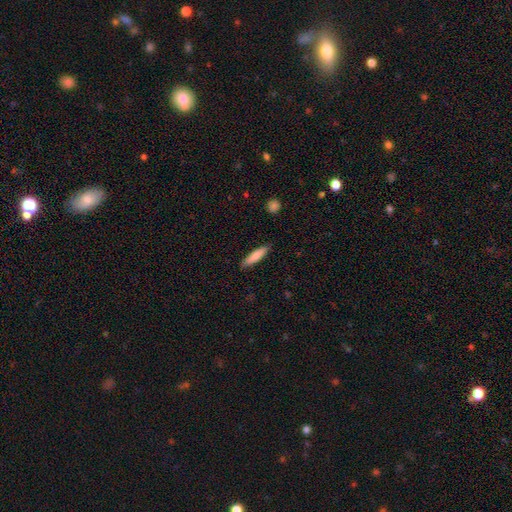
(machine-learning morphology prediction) A smooth galaxy with no disk features (80%) that is cigar-shaped (83%).

Vote fractions:
- Smooth or featured? smooth: 80% / featured or disk: 15% / star or artifact: 6%
- How rounded? cigar-shaped: 83% / in between: 16% / round: 1%
- Merging? none: 88% / minor disturbance: 9% / major disturbance: 2% / merger: 1%